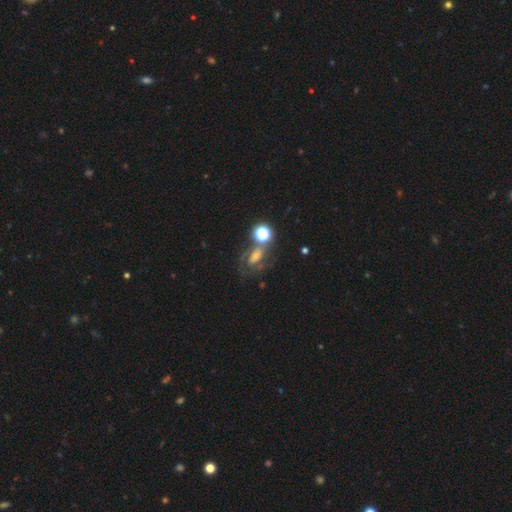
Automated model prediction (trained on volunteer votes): This is possibly a featured or disk galaxy (52%). It is clearly not viewed edge-on (93%). Merging: possibly none (52%).